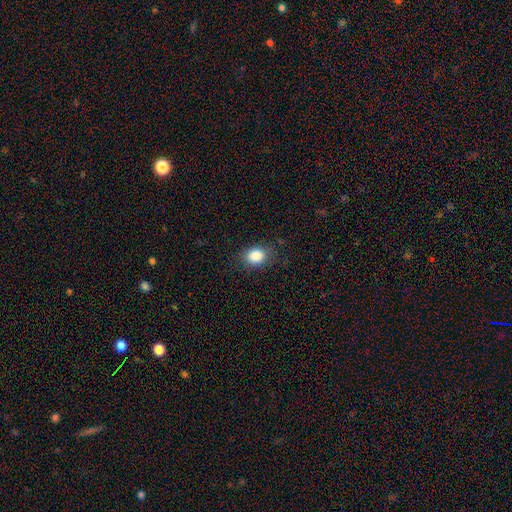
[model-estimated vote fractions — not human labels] The model was most divided on "how rounded": in between: 54%, round: 45%, cigar-shaped: 1%. More confident: smooth or featured — smooth (86%); merging — none (78%).